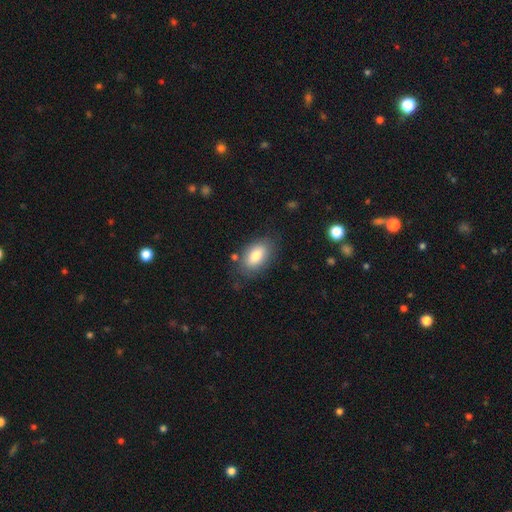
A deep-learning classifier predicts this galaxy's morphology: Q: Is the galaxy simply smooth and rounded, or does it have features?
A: smooth — 78%.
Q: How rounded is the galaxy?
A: in between — 91%.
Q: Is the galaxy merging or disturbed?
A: none — 77%.